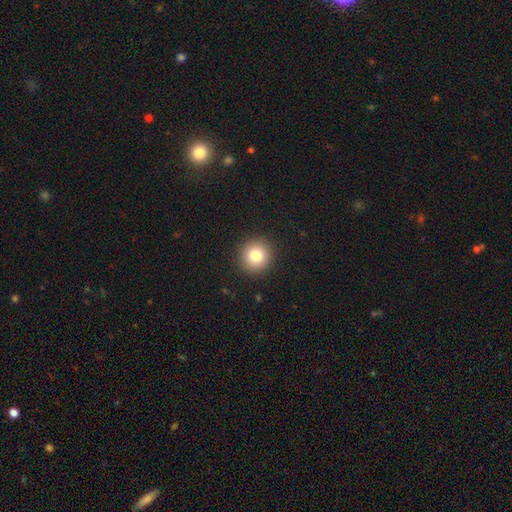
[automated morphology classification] Smooth or featured? smooth (80%)
How rounded? round (94%)
Merging? none (92%)